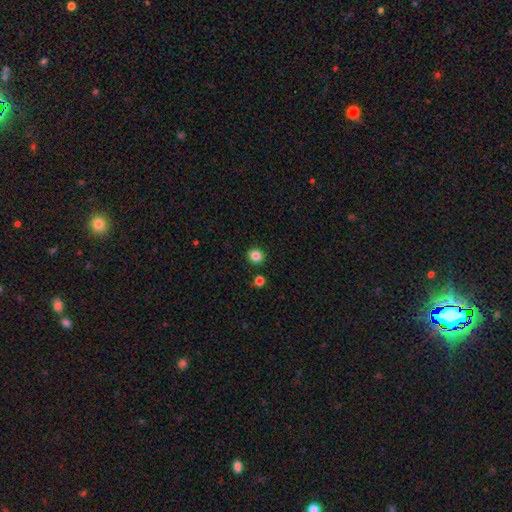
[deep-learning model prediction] Morphology: type=smooth (84%); roundness=round (89%); merging=none (90%).